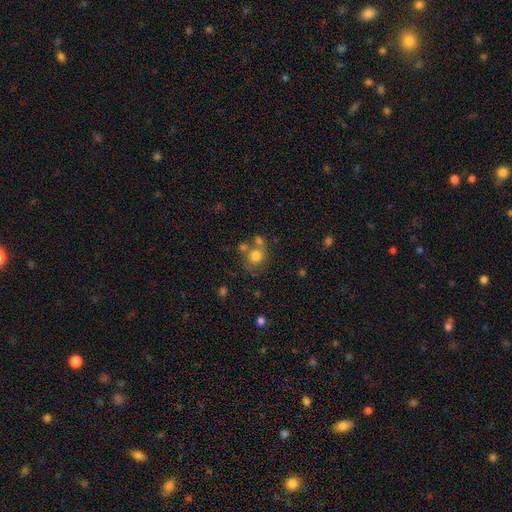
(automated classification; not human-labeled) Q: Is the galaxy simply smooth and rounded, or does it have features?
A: smooth — 74%.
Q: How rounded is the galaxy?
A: round — 82%.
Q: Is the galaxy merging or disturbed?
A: none — 55%.